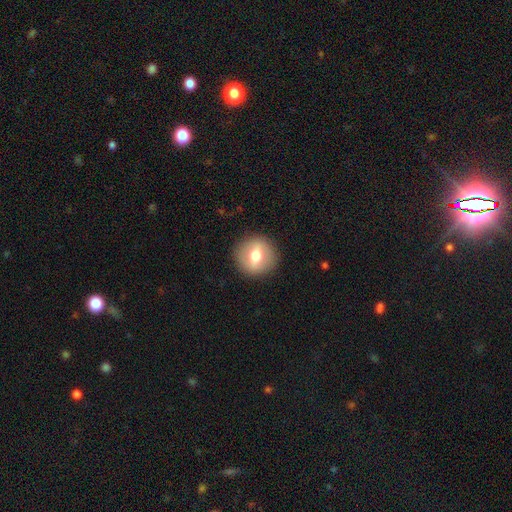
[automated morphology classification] A smooth galaxy with no disk features (58%) that is round (90%). Merging: none (90%).